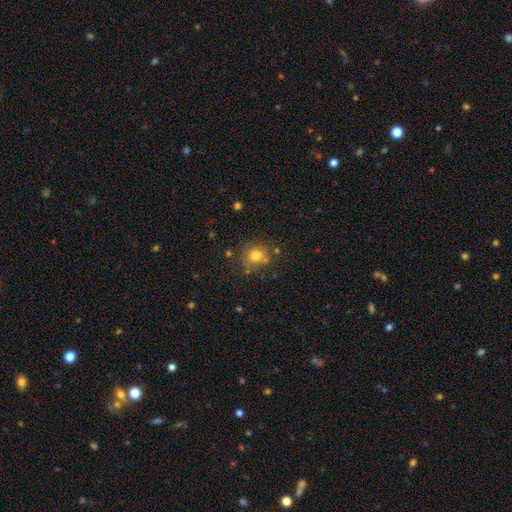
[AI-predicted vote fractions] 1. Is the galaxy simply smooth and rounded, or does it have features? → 74% smooth, 13% featured or disk, 13% star or artifact.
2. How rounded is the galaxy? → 77% round, 22% in between, 1% cigar-shaped.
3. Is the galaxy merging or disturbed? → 65% none, 18% minor disturbance, 10% merger, 7% major disturbance.